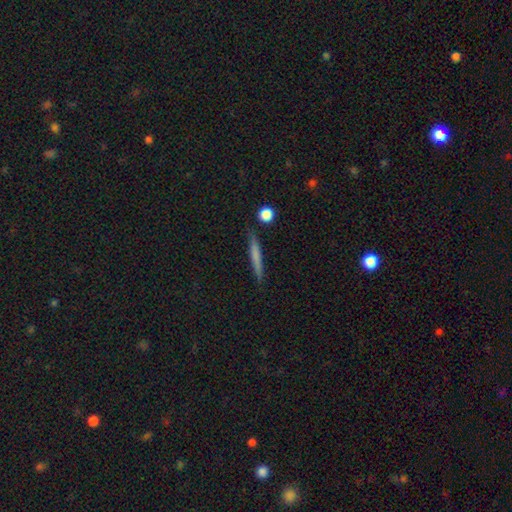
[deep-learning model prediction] Morphology: type=smooth (63%); roundness=cigar-shaped (94%); merging=none (86%).